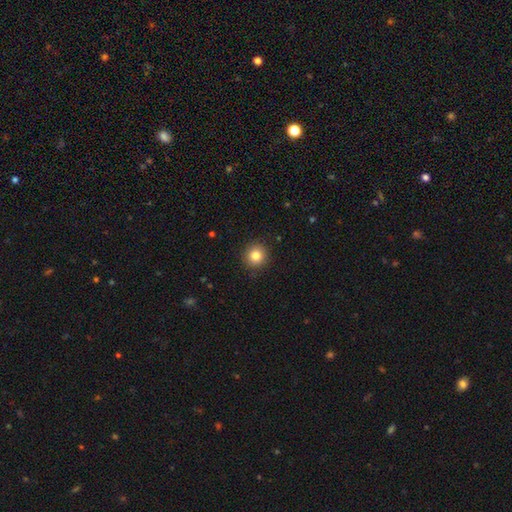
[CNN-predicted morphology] Smooth or featured? smooth (83%)
How rounded? round (92%)
Merging? none (91%)